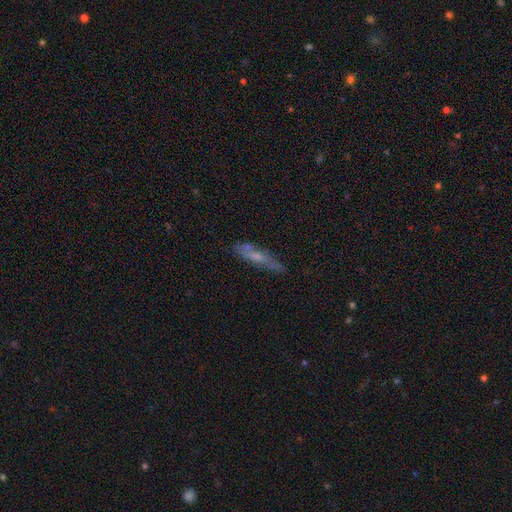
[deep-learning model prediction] A featured or disk galaxy (49%). Merging: none (70%).